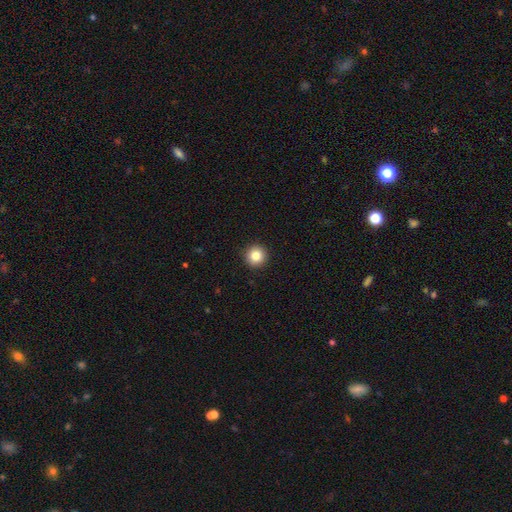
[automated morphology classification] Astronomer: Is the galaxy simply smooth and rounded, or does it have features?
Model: smooth — 83%.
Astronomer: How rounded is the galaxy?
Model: round — 95%.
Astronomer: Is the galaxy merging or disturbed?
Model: none — 93%.